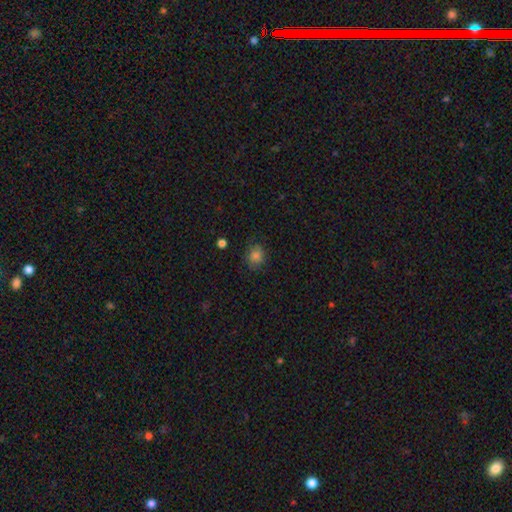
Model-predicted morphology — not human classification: This is clearly a smooth galaxy (82%). How rounded: likely round (73%). Merging: clearly none (82%).